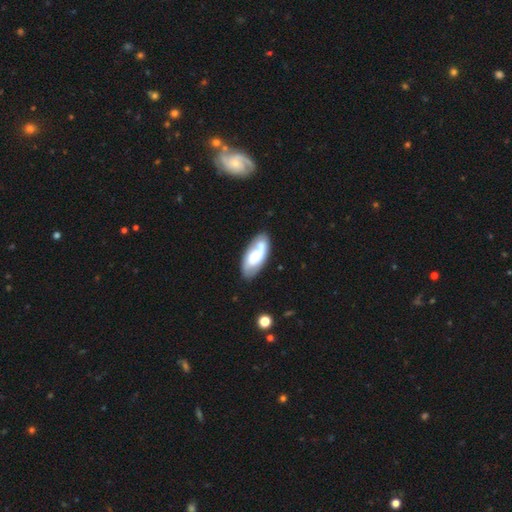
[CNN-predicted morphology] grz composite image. It shows a featured or disk galaxy (50%). Merging: none (72%).